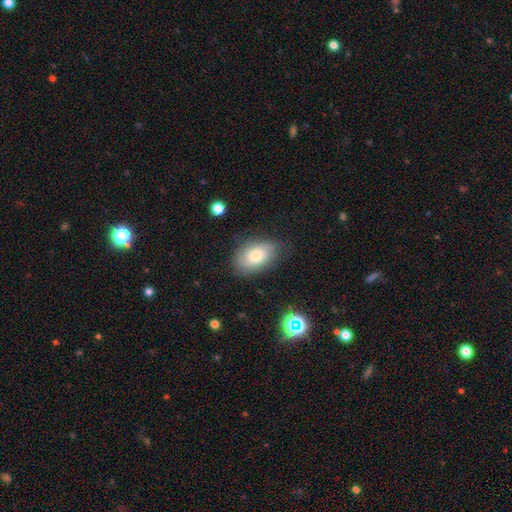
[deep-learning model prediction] Morphology: type=smooth (61%); roundness=in between (87%); merging=none (73%).